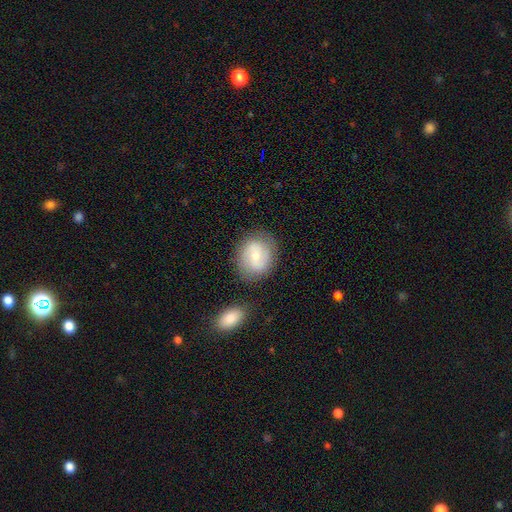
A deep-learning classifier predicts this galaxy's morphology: A smooth galaxy with no disk features (51%) that is round (67%). Merging: none (76%).